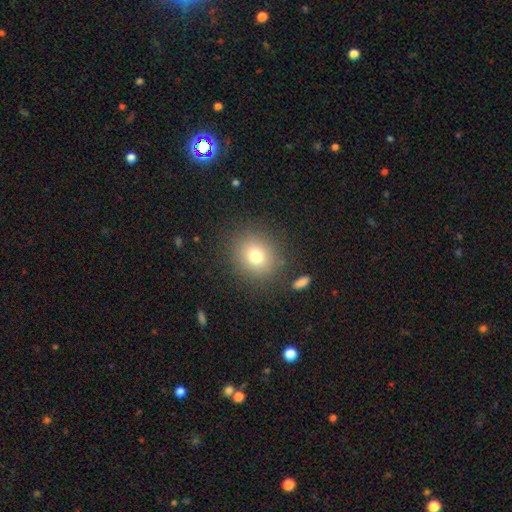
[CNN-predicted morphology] smooth-or-featured: smooth: 77% | star or artifact: 13% | featured or disk: 10%
  how-rounded: round: 79% | in between: 20% | cigar-shaped: 1%
  merging: none: 85% | minor disturbance: 9% | major disturbance: 4% | merger: 3%